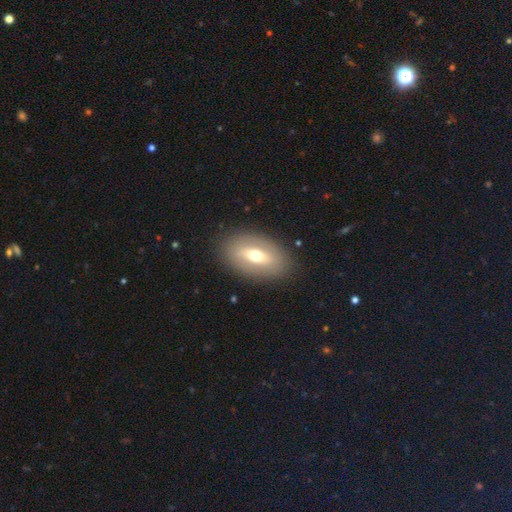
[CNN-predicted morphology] Smooth or featured? Predicted: smooth (p=0.52). How rounded? Predicted: in between (p=0.87). Merging? Predicted: none (p=0.85).